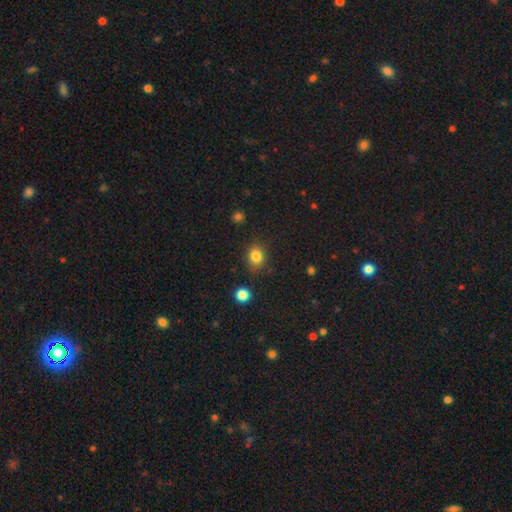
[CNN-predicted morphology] Q: Smooth or featured?
A: smooth (83%); runner-up: star or artifact (12%)
Q: How rounded?
A: round (62%); runner-up: in between (37%)
Q: Merging?
A: none (84%); runner-up: minor disturbance (11%)